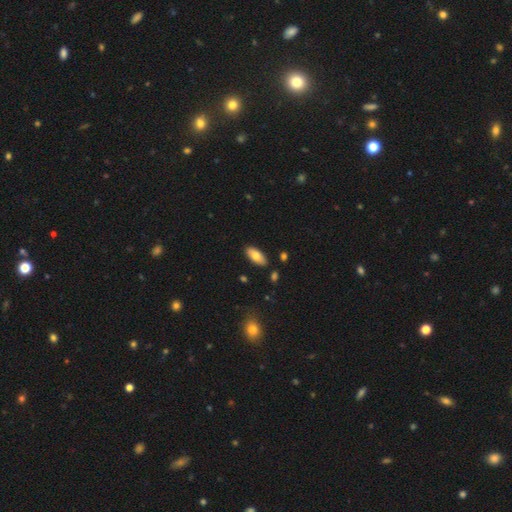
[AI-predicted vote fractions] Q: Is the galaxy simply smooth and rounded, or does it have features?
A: smooth — 76%.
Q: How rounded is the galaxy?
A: in between — 87%.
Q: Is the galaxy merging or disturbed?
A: none — 87%.